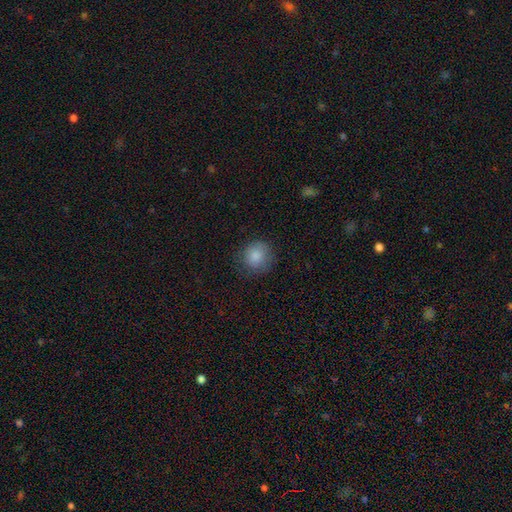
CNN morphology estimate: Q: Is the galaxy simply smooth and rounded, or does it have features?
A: smooth — 86%.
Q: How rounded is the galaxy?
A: round — 87%.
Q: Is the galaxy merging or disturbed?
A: none — 79%.